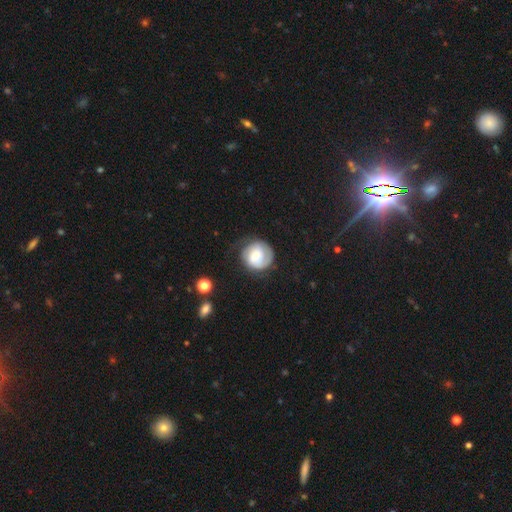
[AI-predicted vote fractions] Morphology: type=featured or disk (55%); edge-on=no (98%); bar=no (49%); spiral arms=yes (86%); bulge=moderate (43%); merging=none (61%).